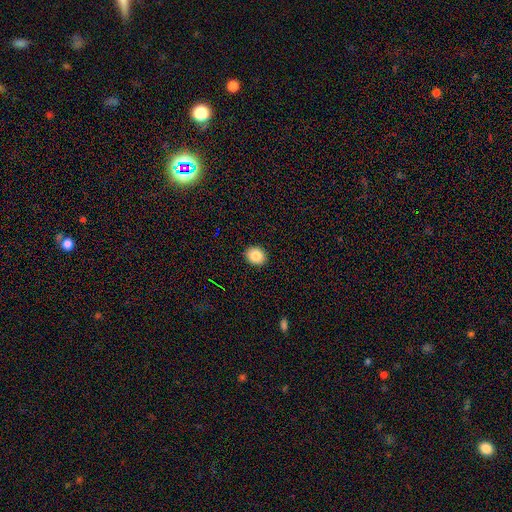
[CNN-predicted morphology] A smooth galaxy with no disk features (86%) that is round (62%). Merging: none (91%).